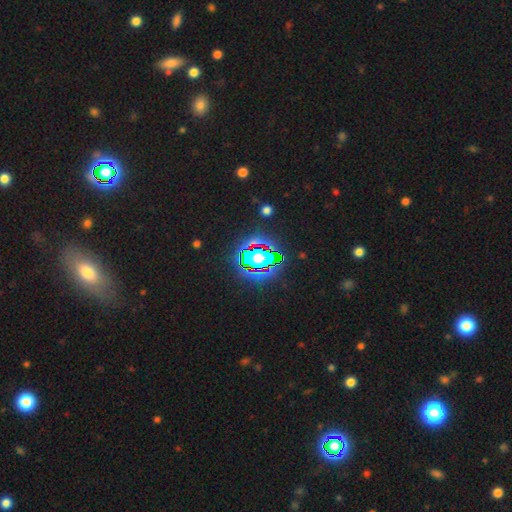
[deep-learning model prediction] smooth_or_featured: star or artifact (p=0.80) [alt: smooth p=0.12]